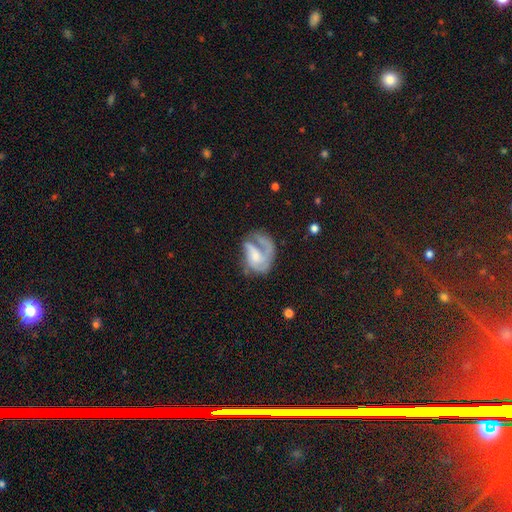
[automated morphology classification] smooth-or-featured: featured or disk: 72% | smooth: 22% | star or artifact: 7%
  disk-edge-on: no: 98% | yes: 2%
    bar: no: 61% | weak: 31% | strong: 8%
    has-spiral-arms: yes: 83% | no: 17%
      spiral-winding: medium: 42% | loose: 33% | tight: 25%
      spiral-arm-count: 1: 49% | 2: 21% | can't tell: 13% | 3: 12% | 4: 3% | more than 4: 2%
    bulge-size: small: 46% | moderate: 35% | none: 13% | large: 5% | dominant: 2%
  merging: major disturbance: 43% | none: 31% | minor disturbance: 19% | merger: 7%